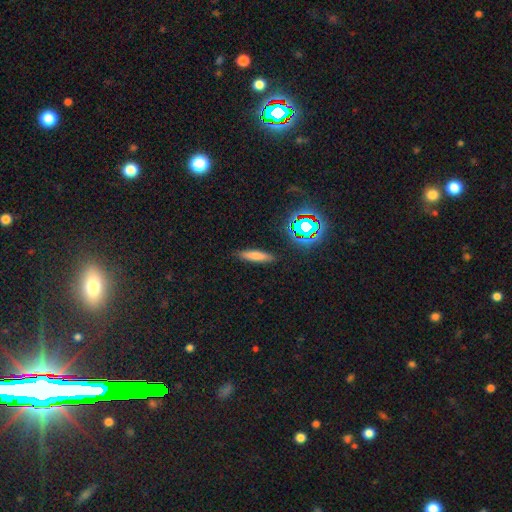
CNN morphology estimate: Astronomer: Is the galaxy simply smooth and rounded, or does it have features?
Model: smooth — 72%.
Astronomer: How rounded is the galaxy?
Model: cigar-shaped — 79%.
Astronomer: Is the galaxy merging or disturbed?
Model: none — 88%.